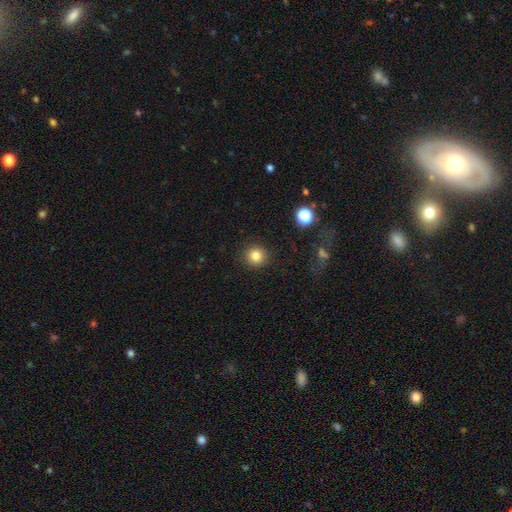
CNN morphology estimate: Smooth or featured? smooth (82%)
How rounded? round (92%)
Merging? none (91%)